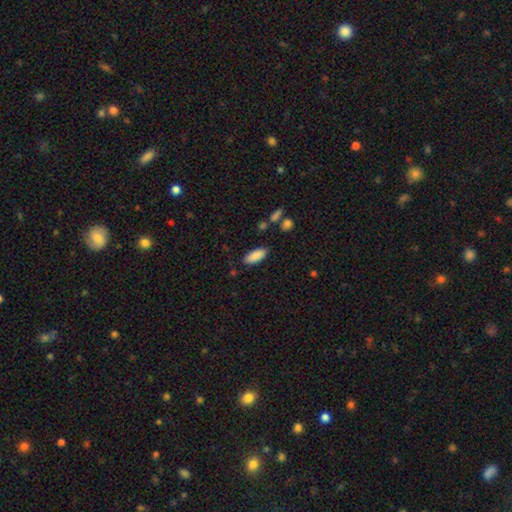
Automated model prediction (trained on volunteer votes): This is clearly a smooth galaxy (89%). How rounded: clearly in between (82%). Merging: clearly none (84%).